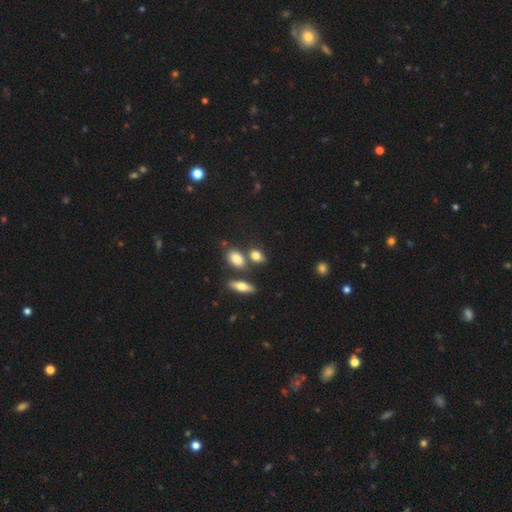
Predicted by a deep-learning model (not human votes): This appears to be a smooth galaxy with no disk features (79%) that is in between round and cigar-shaped (74%). Merging: none (62%).